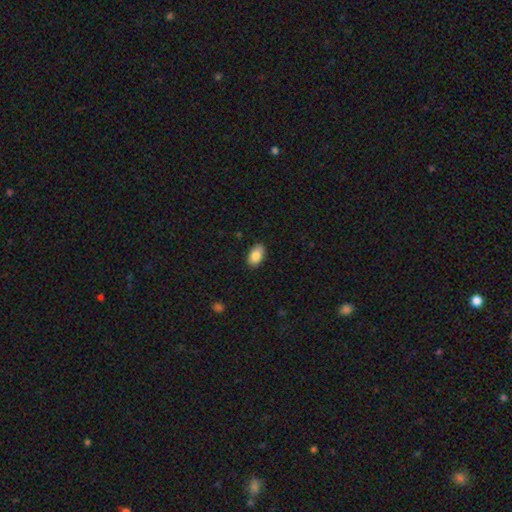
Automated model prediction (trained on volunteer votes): A smooth galaxy with no disk features (87%) that is in between round and cigar-shaped (93%). Merging: none (88%).